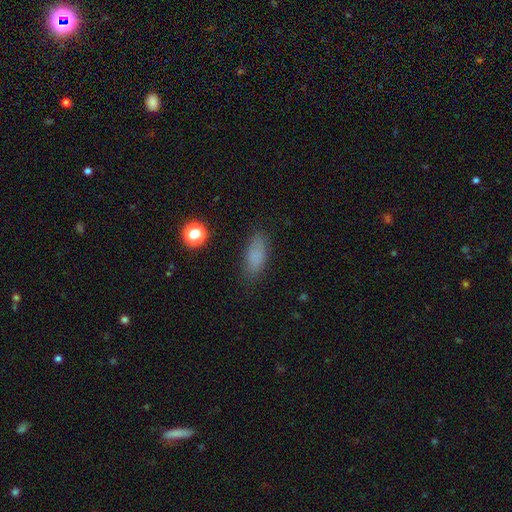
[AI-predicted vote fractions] Morphology: type=smooth (81%); roundness=in between (76%); merging=none (81%).